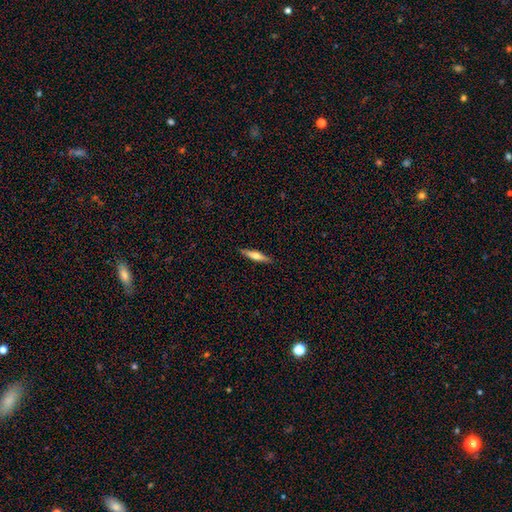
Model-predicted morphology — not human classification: Overall: smooth (48%; featured or disk 47%). Merging: none (89%).